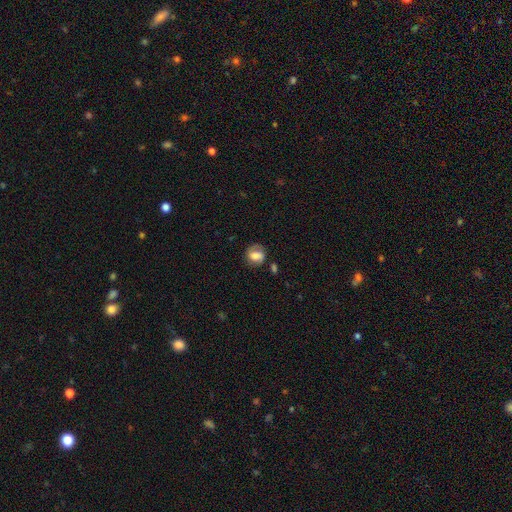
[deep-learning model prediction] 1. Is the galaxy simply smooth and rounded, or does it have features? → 54% smooth, 37% featured or disk, 9% star or artifact.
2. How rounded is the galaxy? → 59% round, 39% in between, 1% cigar-shaped.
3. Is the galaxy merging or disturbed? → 63% none, 21% minor disturbance, 11% major disturbance, 5% merger.